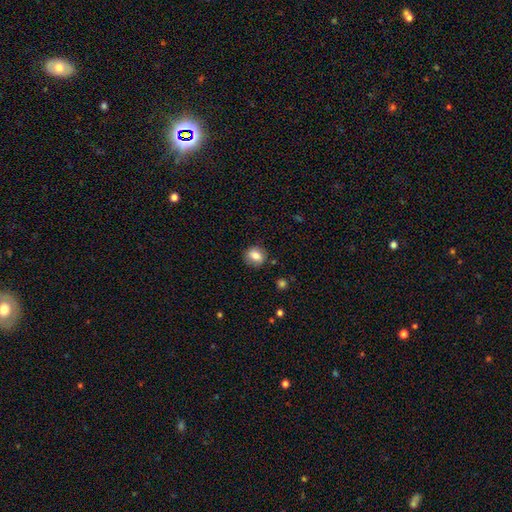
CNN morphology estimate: Q: Smooth or featured?
A: smooth (81%); runner-up: featured or disk (10%)
Q: How rounded?
A: round (70%); runner-up: in between (29%)
Q: Merging?
A: none (84%); runner-up: minor disturbance (12%)